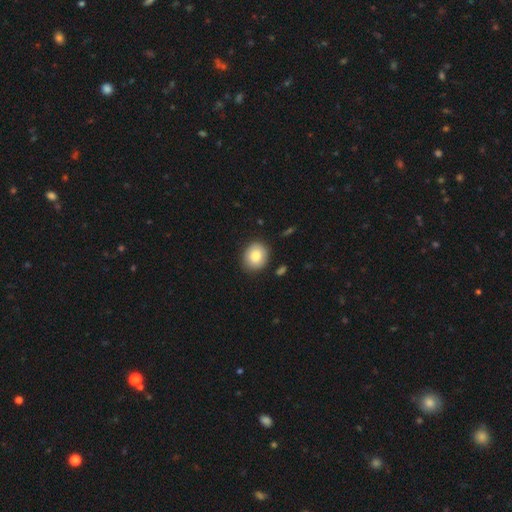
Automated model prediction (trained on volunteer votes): This is clearly a smooth galaxy (81%). How rounded: likely round (68%). Merging: clearly none (86%).